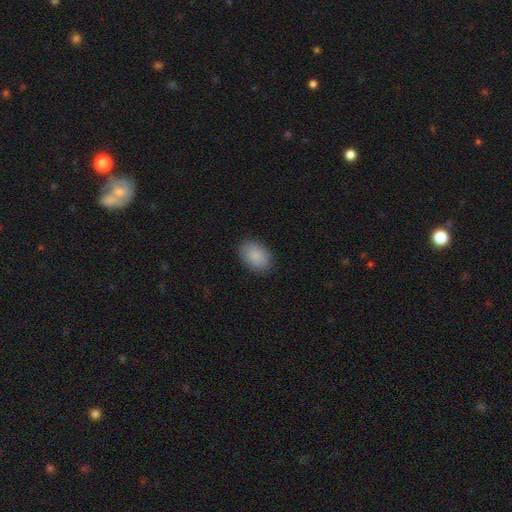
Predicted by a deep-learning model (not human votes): A smooth galaxy with no disk features (88%) that is in between round and cigar-shaped (82%).

Vote fractions:
- Smooth or featured? smooth: 88% / star or artifact: 7% / featured or disk: 5%
- How rounded? in between: 82% / round: 17% / cigar-shaped: 1%
- Merging? none: 88% / minor disturbance: 9% / major disturbance: 2% / merger: 1%